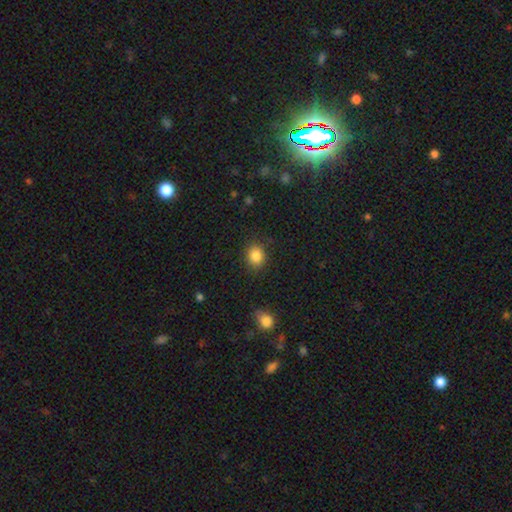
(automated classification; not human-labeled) Smooth or featured: smooth — 86% (star or artifact — 10%)
How rounded: round — 58% (in between — 41%)
Merging: none — 84% (minor disturbance — 11%)